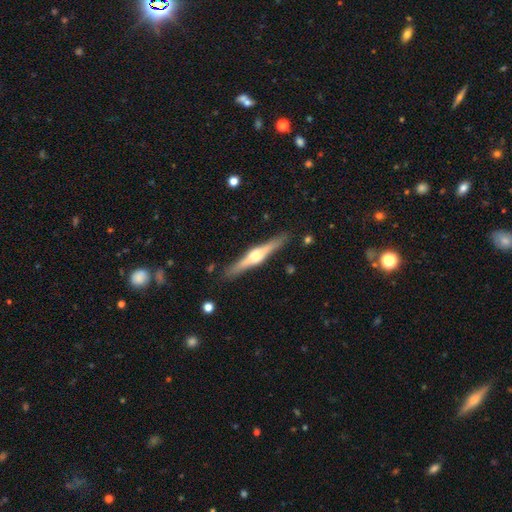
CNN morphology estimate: This appears to be a featured or disk galaxy (75%) viewed edge-on (98%) with a rounded central bulge (92%). Merging: none (88%).